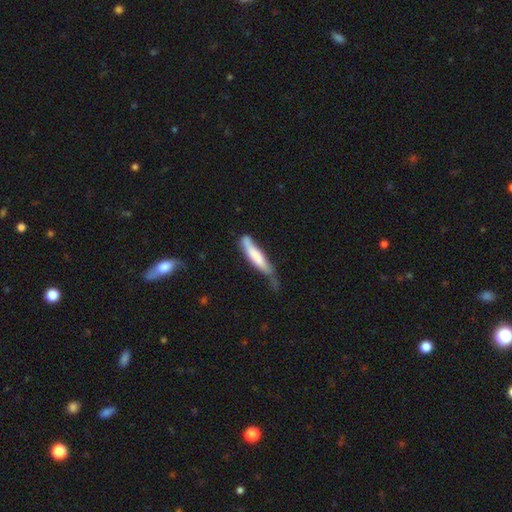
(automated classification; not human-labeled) Q: Smooth or featured?
A: smooth (69%); runner-up: featured or disk (25%)
Q: How rounded?
A: cigar-shaped (84%); runner-up: in between (15%)
Q: Merging?
A: none (38%); tied with: minor disturbance (38%)